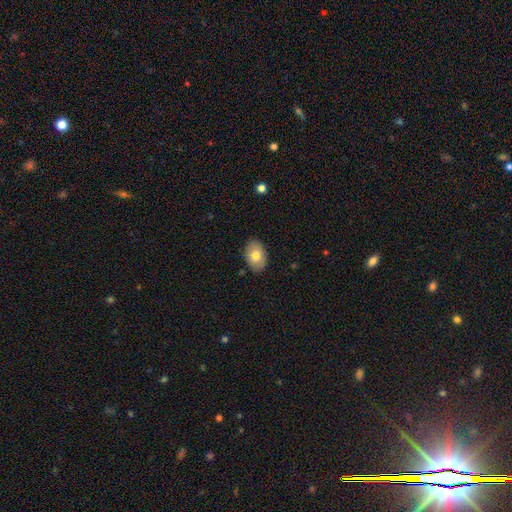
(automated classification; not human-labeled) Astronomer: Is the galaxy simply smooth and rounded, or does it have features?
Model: smooth — 76%.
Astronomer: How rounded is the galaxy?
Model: in between — 86%.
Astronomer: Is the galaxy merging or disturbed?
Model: none — 86%.